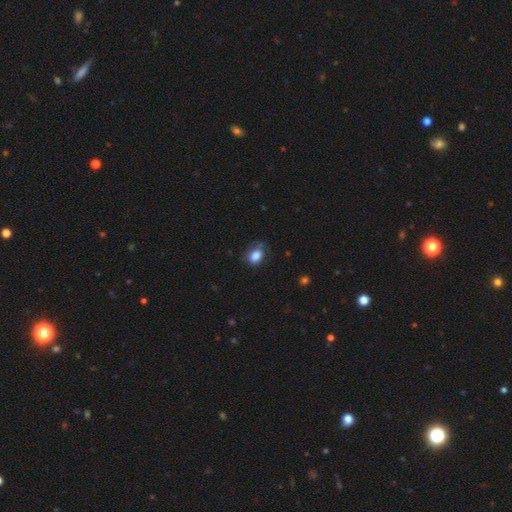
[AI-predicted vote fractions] A smooth galaxy with no disk features (82%) that is in between round and cigar-shaped (70%). Merging: none (62%).